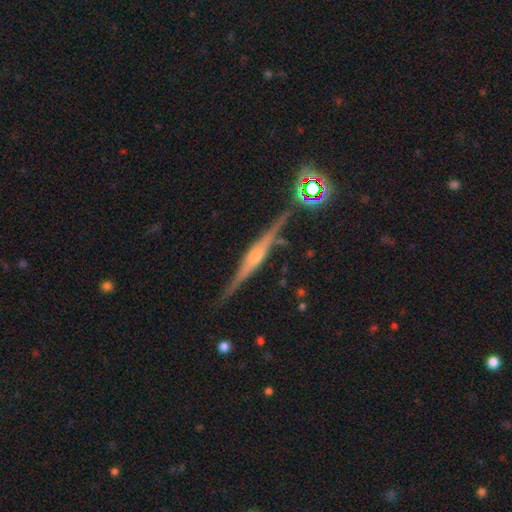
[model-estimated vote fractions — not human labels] Smooth or featured?
  - featured or disk: 84% *
  - star or artifact: 8%
  - smooth: 8%
Edge-on disk?
  - yes: 97% *
  - no: 3%
Edge-on bulge?
  - rounded: 79% *
  - boxy: 12%
  - none: 9%
Merging?
  - none: 82% *
  - minor disturbance: 12%
  - merger: 3%
  - major disturbance: 3%